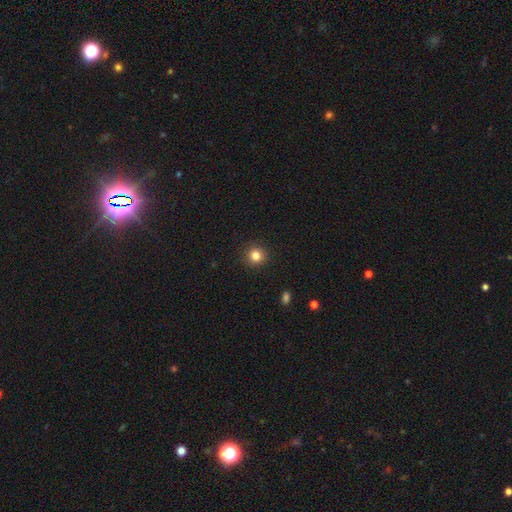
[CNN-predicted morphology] Smooth or featured? smooth (83%)
How rounded? round (94%)
Merging? none (92%)